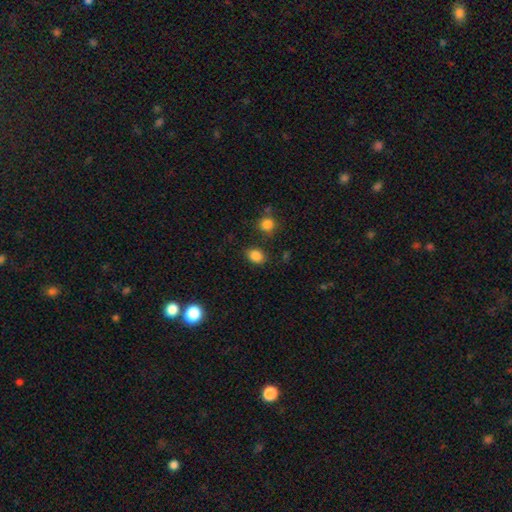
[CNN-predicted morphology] smooth_or_featured: smooth (p=0.85) [alt: star or artifact p=0.11]
how_rounded: in between (p=0.57) [alt: round p=0.42]
merging: none (p=0.81) [alt: minor disturbance p=0.12]